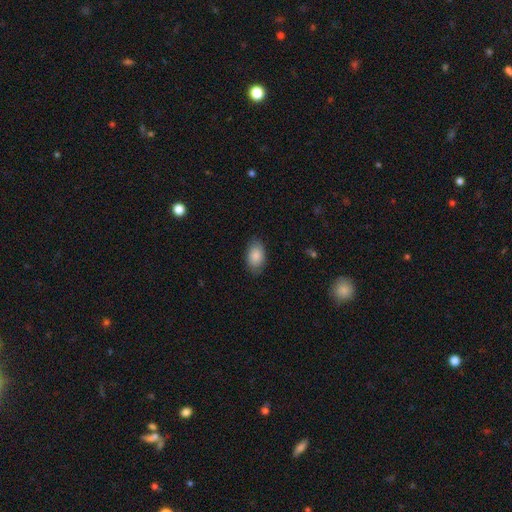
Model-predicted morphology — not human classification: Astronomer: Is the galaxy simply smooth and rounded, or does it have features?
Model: smooth — 83%.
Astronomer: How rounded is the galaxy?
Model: in between — 92%.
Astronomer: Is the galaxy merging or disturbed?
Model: none — 81%.